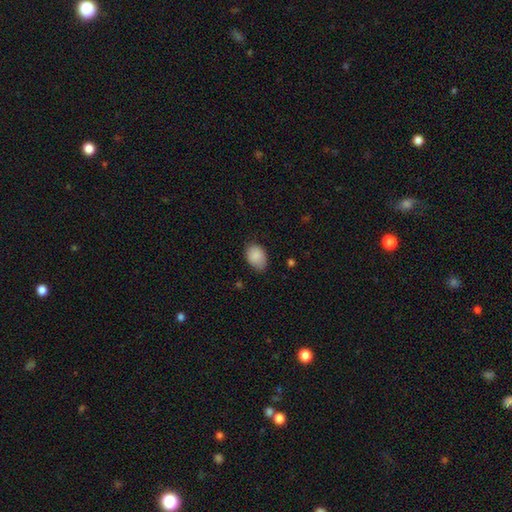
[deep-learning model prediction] Q: Smooth or featured?
A: smooth (88%); runner-up: star or artifact (7%)
Q: How rounded?
A: in between (81%); runner-up: round (18%)
Q: Merging?
A: none (71%); runner-up: minor disturbance (24%)